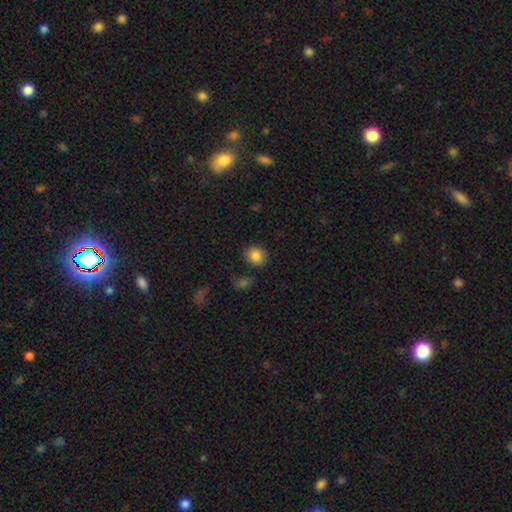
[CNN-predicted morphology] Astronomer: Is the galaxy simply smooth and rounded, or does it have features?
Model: smooth — 85%.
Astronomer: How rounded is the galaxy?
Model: round — 75%.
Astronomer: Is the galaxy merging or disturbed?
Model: none — 82%.